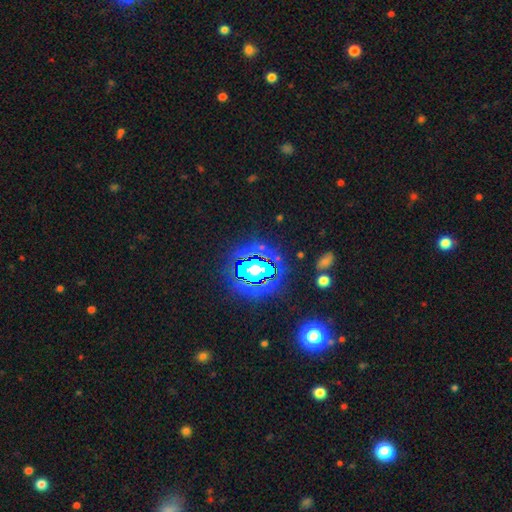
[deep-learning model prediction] Smooth or featured?
  - star or artifact: 84% *
  - smooth: 9%
  - featured or disk: 7%